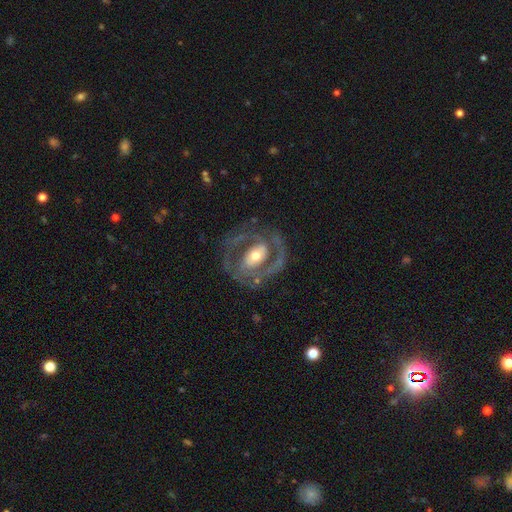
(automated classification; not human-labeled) Smooth or featured?
  - featured or disk: 85% *
  - smooth: 11%
  - star or artifact: 5%
Edge-on disk?
  - no: 97% *
  - yes: 3%
Bar?
  - no: 37% *
  - weak: 34%
  - strong: 29%
Spiral arms?
  - yes: 85% *
  - no: 15%
Spiral winding?
  - medium: 46% *
  - tight: 39%
  - loose: 15%
Spiral arm count?
  - 2: 77% *
  - can't tell: 9%
  - 1: 6%
  - 3: 5%
  - 4: 2%
  - more than 4: 2%
Bulge size?
  - moderate: 66% *
  - small: 18%
  - large: 14%
  - dominant: 1%
  - none: 1%
Merging?
  - none: 70% *
  - minor disturbance: 15%
  - major disturbance: 13%
  - merger: 2%